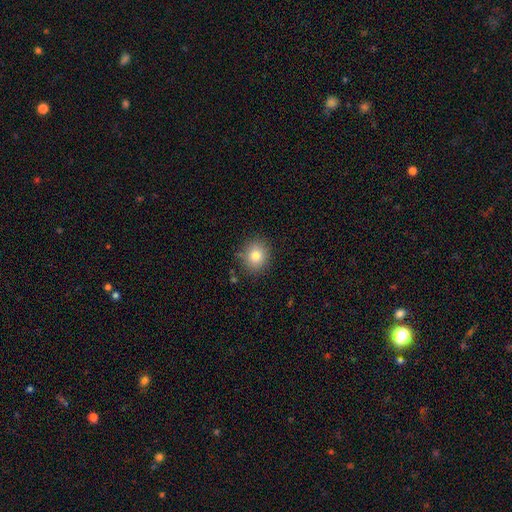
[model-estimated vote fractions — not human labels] Smooth or featured?
  - smooth: 80% *
  - star or artifact: 11%
  - featured or disk: 9%
How rounded?
  - round: 77% *
  - in between: 22%
  - cigar-shaped: 1%
Merging?
  - none: 86% *
  - minor disturbance: 10%
  - major disturbance: 3%
  - merger: 2%